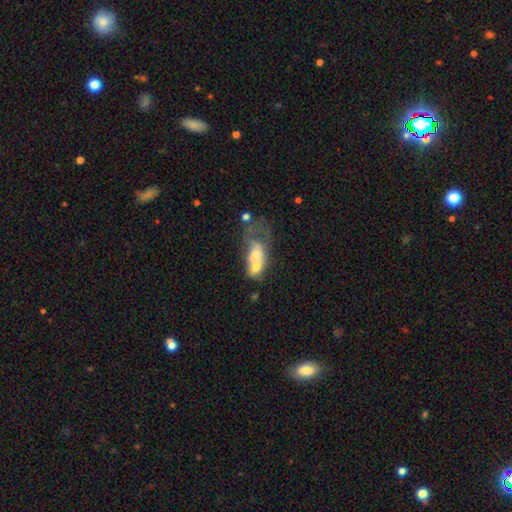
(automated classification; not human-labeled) smooth_or_featured: smooth (p=0.47) [alt: featured or disk p=0.43]
merging: merger (p=0.62) [alt: major disturbance p=0.21]